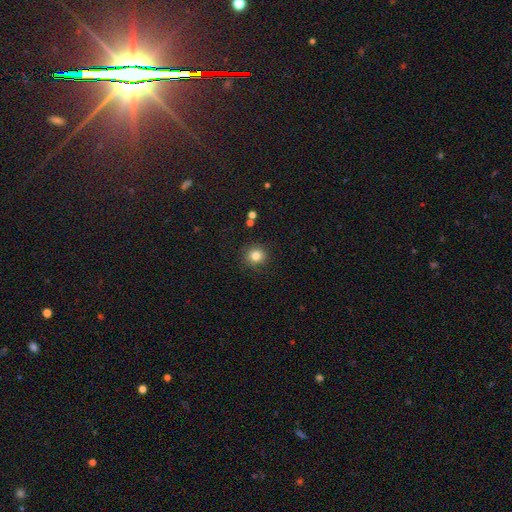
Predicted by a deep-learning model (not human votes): Overall: smooth (82%). How rounded: round (90%). Merging: none (87%).